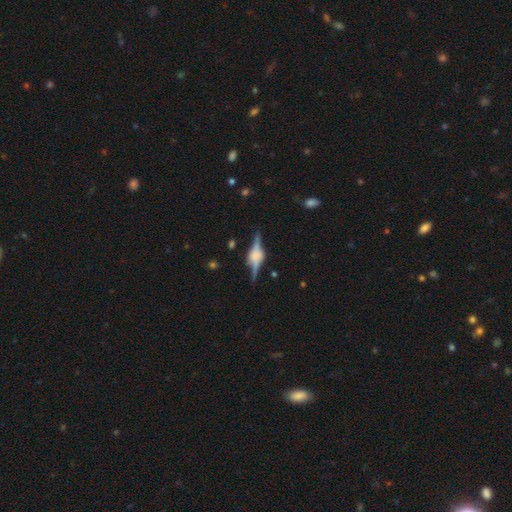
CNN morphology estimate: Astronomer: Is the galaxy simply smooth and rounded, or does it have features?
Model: featured or disk — 83%.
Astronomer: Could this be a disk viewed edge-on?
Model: yes — 97%.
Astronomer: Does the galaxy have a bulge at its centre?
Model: rounded — 76%.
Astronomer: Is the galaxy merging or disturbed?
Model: none — 80%.